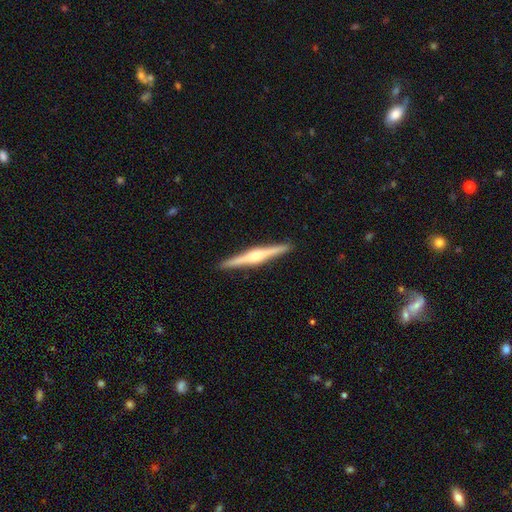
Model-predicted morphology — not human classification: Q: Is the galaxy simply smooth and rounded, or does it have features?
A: featured or disk — 78%.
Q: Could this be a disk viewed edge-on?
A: yes — 99%.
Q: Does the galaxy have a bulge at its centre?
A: rounded — 82%.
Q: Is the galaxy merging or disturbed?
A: none — 92%.